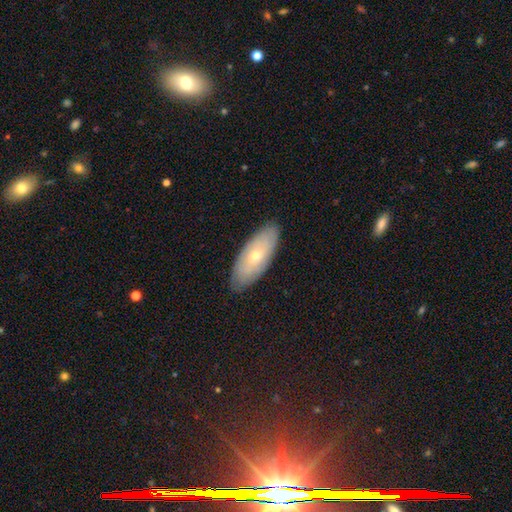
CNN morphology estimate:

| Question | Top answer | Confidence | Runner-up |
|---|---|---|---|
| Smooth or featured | smooth | 54% | featured or disk (39%) |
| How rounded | in between | 80% | cigar-shaped (17%) |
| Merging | none | 85% | minor disturbance (12%) |